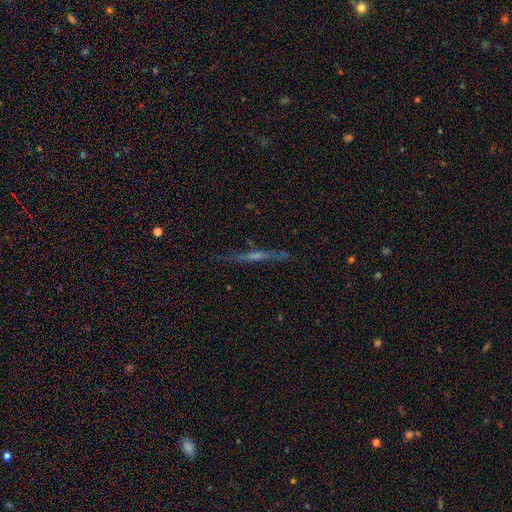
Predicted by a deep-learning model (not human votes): Q: Smooth or featured?
A: featured or disk (67%); runner-up: smooth (22%)
Q: Edge-on disk?
A: yes (95%); runner-up: no (5%)
Q: Edge-on bulge?
A: none (46%); runner-up: rounded (42%)
Q: Merging?
A: none (85%); runner-up: minor disturbance (11%)